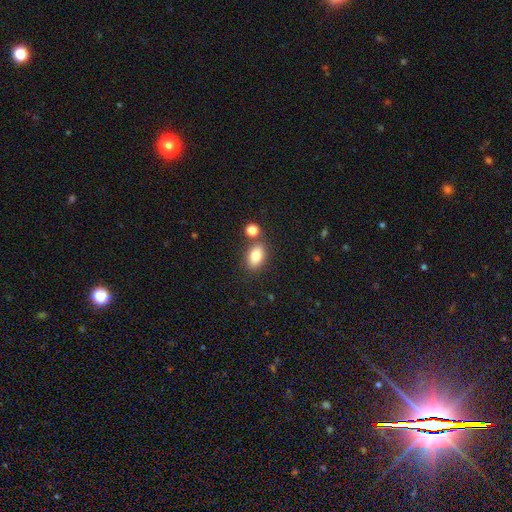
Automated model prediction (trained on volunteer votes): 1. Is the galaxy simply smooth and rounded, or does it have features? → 82% smooth, 9% featured or disk, 9% star or artifact.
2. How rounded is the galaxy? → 86% in between, 12% round, 2% cigar-shaped.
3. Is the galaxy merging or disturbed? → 72% none, 14% merger, 11% minor disturbance, 3% major disturbance.